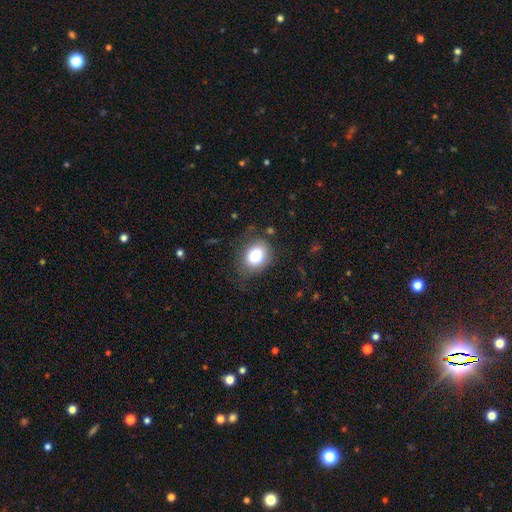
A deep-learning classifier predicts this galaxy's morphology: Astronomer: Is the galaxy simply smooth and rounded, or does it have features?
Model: smooth — 83%.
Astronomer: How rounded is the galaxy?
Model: in between — 53% (runner-up: round, 46%).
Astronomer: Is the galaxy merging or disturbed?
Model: none — 69%.